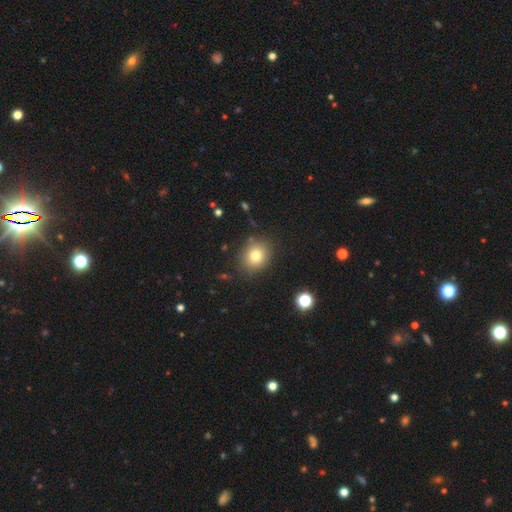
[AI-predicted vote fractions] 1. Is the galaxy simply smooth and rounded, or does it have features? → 79% smooth, 12% star or artifact, 9% featured or disk.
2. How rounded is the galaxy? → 69% round, 30% in between, 1% cigar-shaped.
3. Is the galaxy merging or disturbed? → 85% none, 10% minor disturbance, 3% major disturbance, 2% merger.